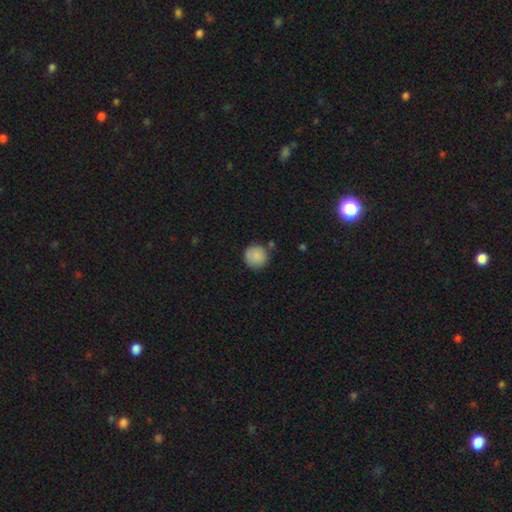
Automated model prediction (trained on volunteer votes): Overall: smooth (86%). How rounded: round (94%). Merging: none (77%).